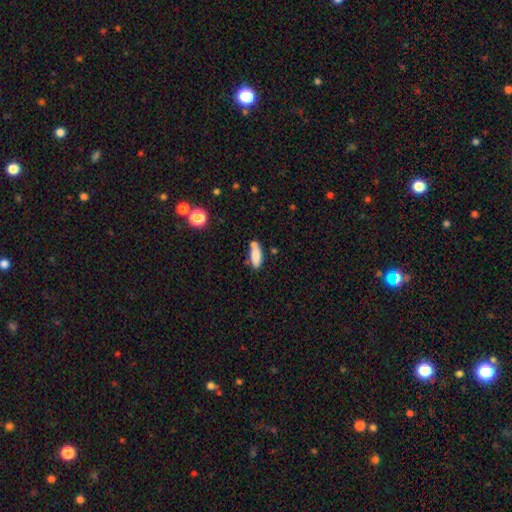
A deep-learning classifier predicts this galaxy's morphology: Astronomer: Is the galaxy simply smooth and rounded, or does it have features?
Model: smooth — 81%.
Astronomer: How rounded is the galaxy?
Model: in between — 60% (runner-up: cigar-shaped, 37%).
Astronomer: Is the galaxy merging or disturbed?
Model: none — 60%.